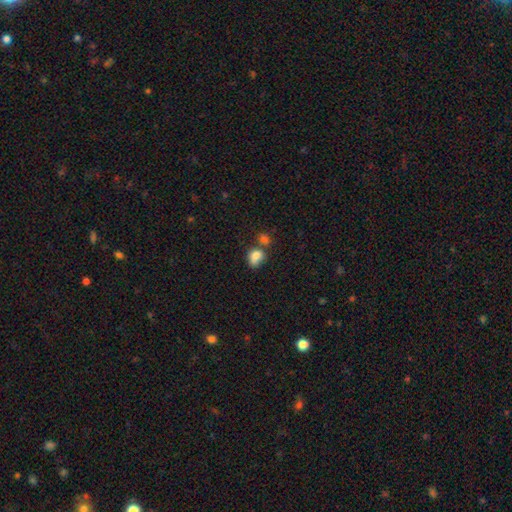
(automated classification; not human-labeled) Smooth or featured?
  - smooth: 81% *
  - star or artifact: 10%
  - featured or disk: 9%
How rounded?
  - in between: 54% *
  - round: 45%
  - cigar-shaped: 1%
Merging?
  - none: 37% *
  - merger: 32%
  - minor disturbance: 21%
  - major disturbance: 10%